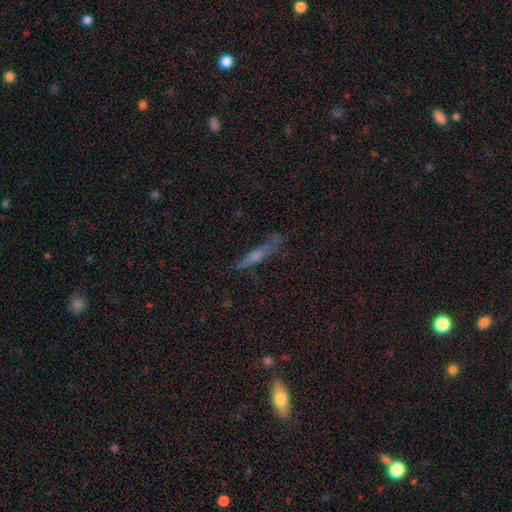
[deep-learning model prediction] Smooth or featured? featured or disk (50%)
Edge-on disk? yes (86%)
Merging? none (69%)